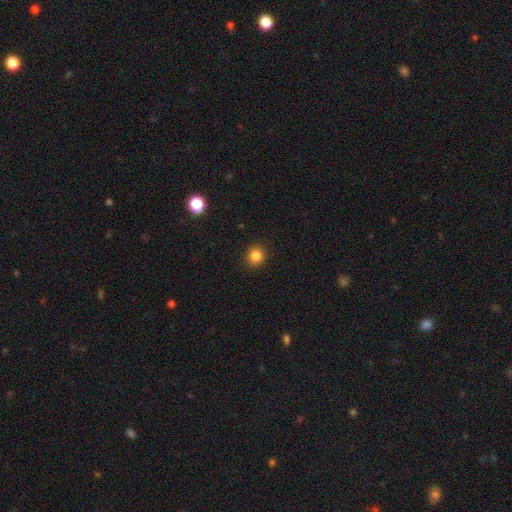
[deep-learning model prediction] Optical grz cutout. It shows a smooth galaxy with no disk features (85%) that is round (90%). Merging: none (91%).